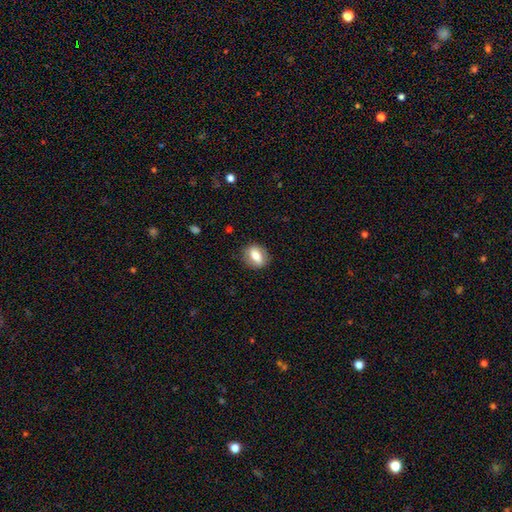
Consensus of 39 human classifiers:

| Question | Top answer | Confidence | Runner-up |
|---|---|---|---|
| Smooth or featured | smooth | 69% | featured or disk (26%) |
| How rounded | in between | 70% | round (30%) |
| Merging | none | 84% | minor disturbance (16%) |